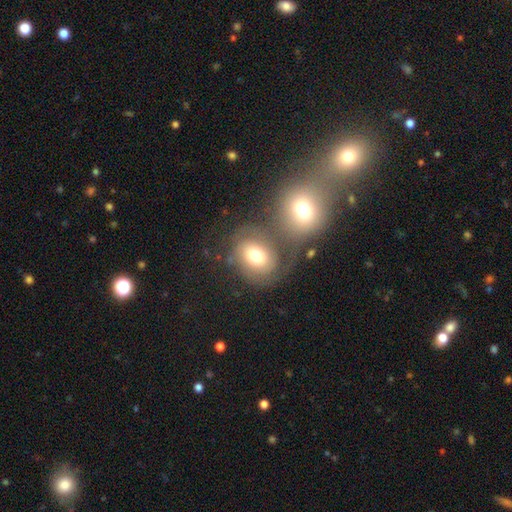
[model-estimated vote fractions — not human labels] Overall: smooth (56%; featured or disk 34%). How rounded: round (55%; in between 44%). Merging: none (40%; merger 37%).